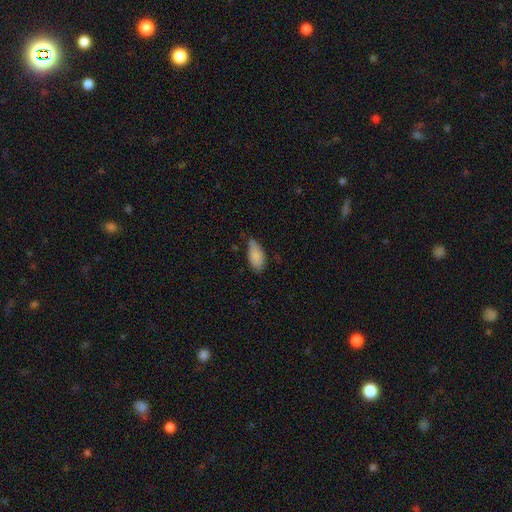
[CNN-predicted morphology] smooth_or_featured: smooth (p=0.86) [alt: star or artifact p=0.07]
how_rounded: in between (p=0.93) [alt: cigar-shaped p=0.05]
merging: none (p=0.52) [alt: minor disturbance p=0.38]